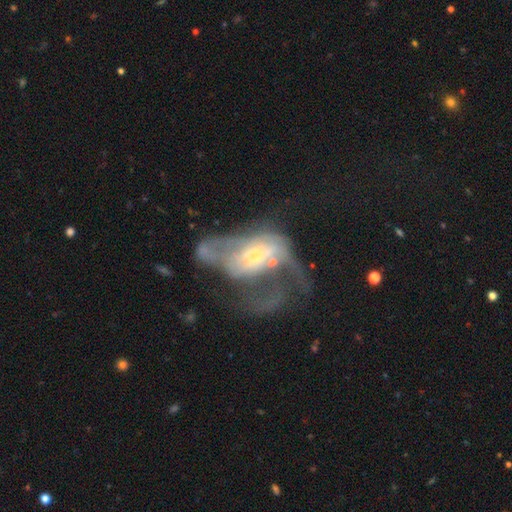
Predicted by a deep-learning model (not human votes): Smooth or featured? featured or disk (70%)
Edge-on disk? no (94%)
Bar? no (61%)
Spiral arms? yes (60%)
Bulge size? moderate (37%)
Merging? major disturbance (55%)